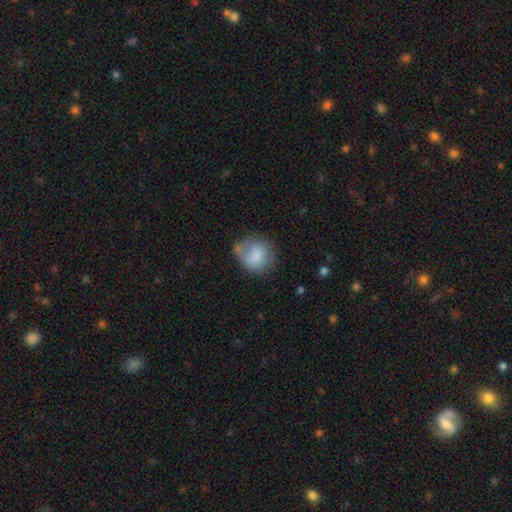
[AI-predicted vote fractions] Smooth or featured?
  - smooth: 77% *
  - featured or disk: 15%
  - star or artifact: 7%
How rounded?
  - round: 71% *
  - in between: 28%
  - cigar-shaped: 1%
Merging?
  - none: 50% *
  - minor disturbance: 28%
  - major disturbance: 16%
  - merger: 5%